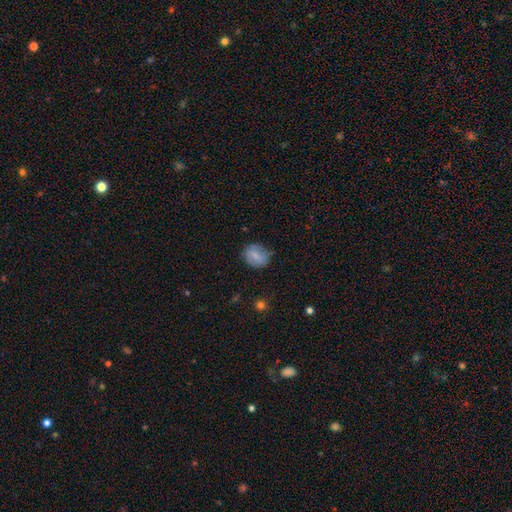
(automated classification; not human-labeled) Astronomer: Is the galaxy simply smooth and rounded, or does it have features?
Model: smooth — 72%.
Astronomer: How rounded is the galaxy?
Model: round — 53% (runner-up: in between, 46%).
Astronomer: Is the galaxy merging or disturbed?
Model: none — 67%.